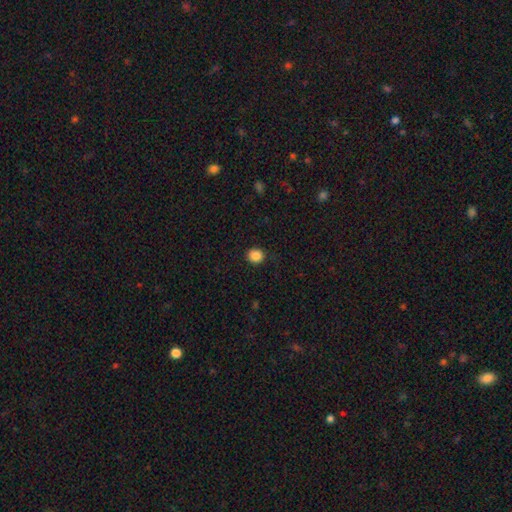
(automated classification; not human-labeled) This appears to be a smooth galaxy with no disk features (87%) that is round (86%). Merging: none (89%).